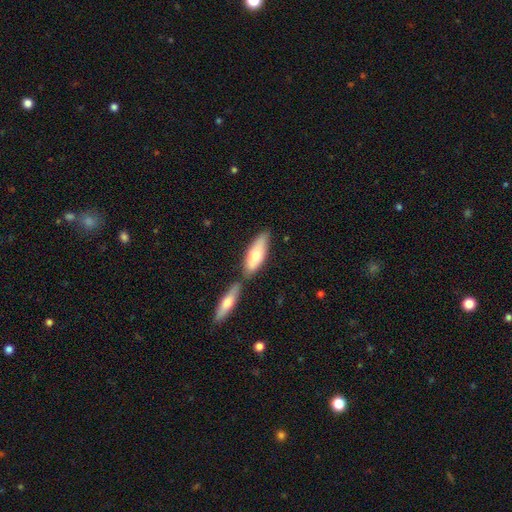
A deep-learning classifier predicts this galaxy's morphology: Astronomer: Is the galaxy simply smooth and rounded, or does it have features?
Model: smooth — 71%.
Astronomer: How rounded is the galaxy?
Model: in between — 58% (runner-up: cigar-shaped, 40%).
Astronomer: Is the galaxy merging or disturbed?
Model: none — 53% (runner-up: merger, 31%).